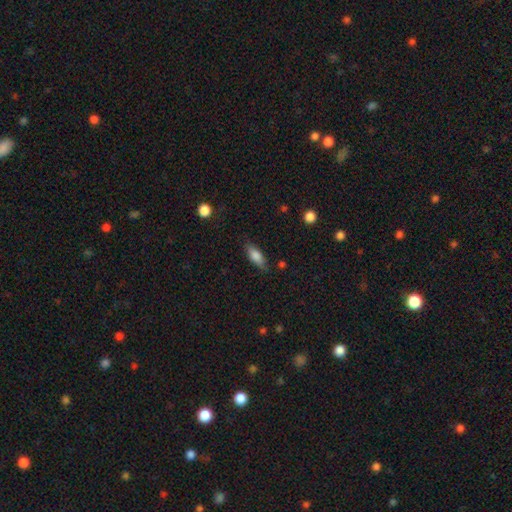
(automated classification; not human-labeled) This is likely a smooth galaxy (75%). How rounded: likely in between (67%). Merging: likely none (80%).